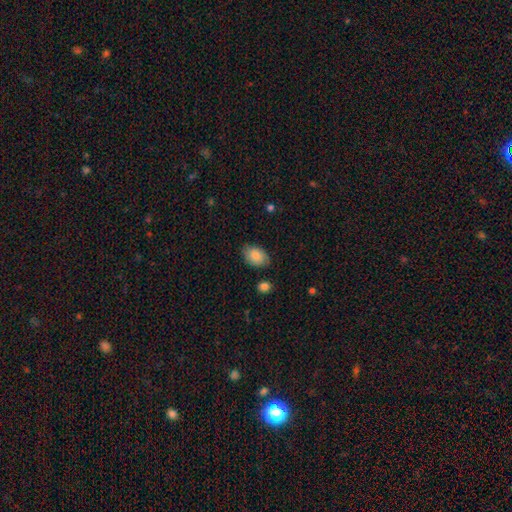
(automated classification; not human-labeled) Overall: smooth (85%). How rounded: in between (89%). Merging: none (78%).